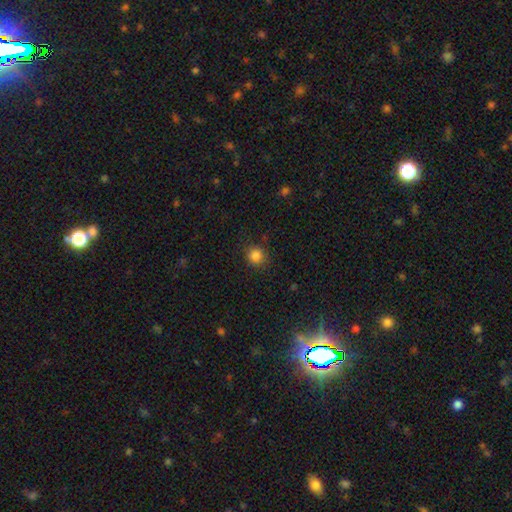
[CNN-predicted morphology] The model was most divided on "smooth or featured": smooth: 84%, star or artifact: 12%, featured or disk: 4%. More confident: how rounded — round (90%); merging — none (86%).